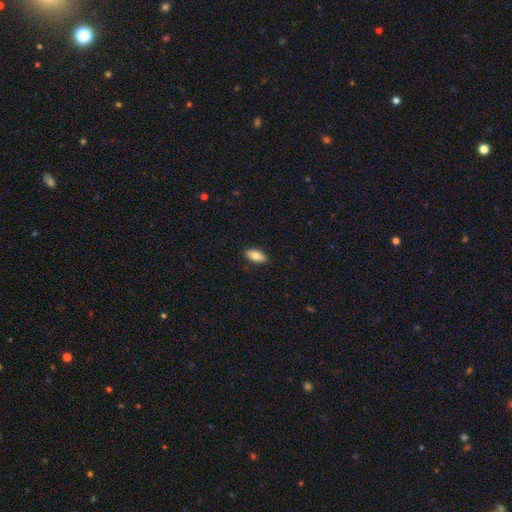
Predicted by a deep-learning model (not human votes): smooth-or-featured: smooth: 79% | featured or disk: 14% | star or artifact: 7%
  how-rounded: in between: 88% | cigar-shaped: 9% | round: 3%
  merging: none: 87% | minor disturbance: 10% | major disturbance: 2% | merger: 1%